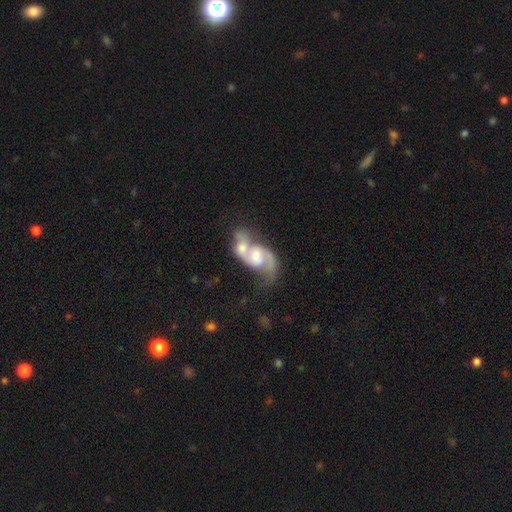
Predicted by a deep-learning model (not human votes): Q: Smooth or featured?
A: featured or disk (77%); runner-up: smooth (17%)
Q: Edge-on disk?
A: no (96%); runner-up: yes (4%)
Q: Bar?
A: no (51%); runner-up: weak (39%)
Q: Spiral arms?
A: yes (90%); runner-up: no (10%)
Q: Spiral winding?
A: loose (45%); runner-up: medium (43%)
Q: Spiral arm count?
A: 2 (81%); runner-up: 1 (10%)
Q: Bulge size?
A: moderate (59%); runner-up: small (28%)
Q: Merging?
A: merger (72%); runner-up: none (14%)